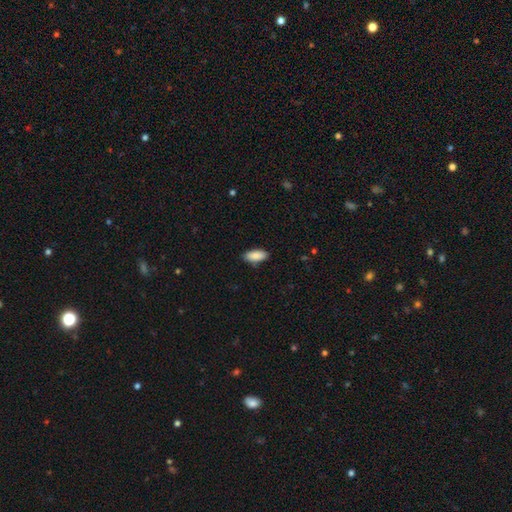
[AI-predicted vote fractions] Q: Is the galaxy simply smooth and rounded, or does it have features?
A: smooth — 89%.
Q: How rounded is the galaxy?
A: in between — 86%.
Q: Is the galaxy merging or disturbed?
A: none — 86%.